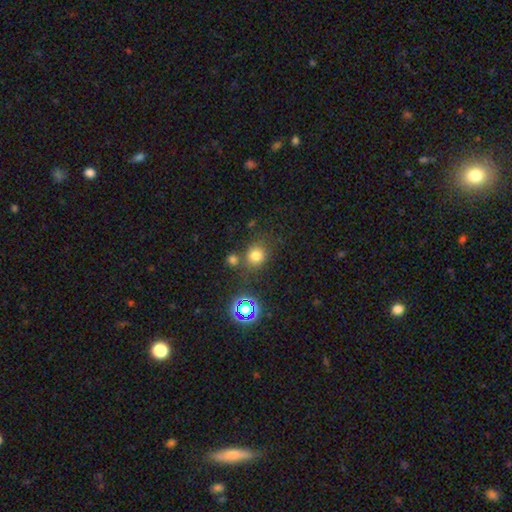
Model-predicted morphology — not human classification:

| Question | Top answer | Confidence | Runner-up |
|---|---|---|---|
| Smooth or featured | smooth | 73% | star or artifact (20%) |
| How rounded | round | 82% | in between (17%) |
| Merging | none | 68% | merger (15%) |